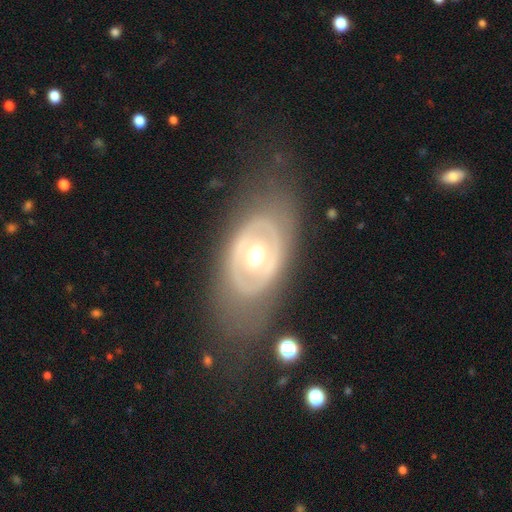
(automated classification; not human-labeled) Smooth or featured: featured or disk — 66% (smooth — 29%)
Edge-on disk: no — 90% (yes — 10%)
Bar: no — 83% (weak — 11%)
Spiral arms: no — 88% (yes — 12%)
Bulge size: moderate — 70% (large — 18%)
Merging: none — 70% (minor disturbance — 16%)